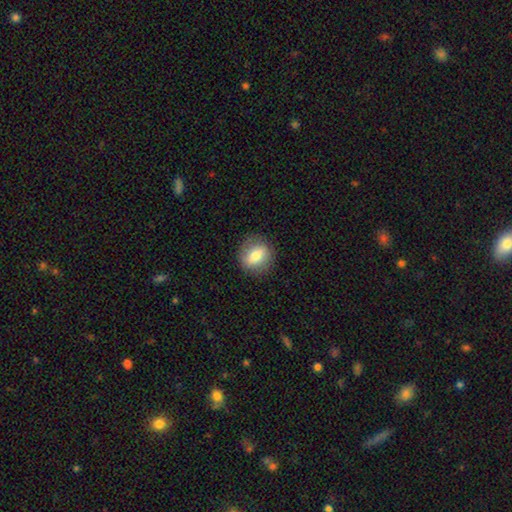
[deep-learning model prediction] Q: Smooth or featured?
A: smooth (70%); runner-up: featured or disk (22%)
Q: How rounded?
A: round (68%); runner-up: in between (30%)
Q: Merging?
A: none (85%); runner-up: minor disturbance (10%)